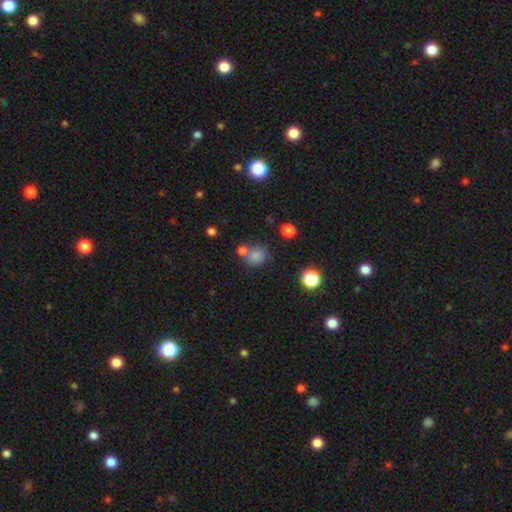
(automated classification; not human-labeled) A smooth galaxy with no disk features (79%) that is round (78%).

Vote fractions:
- Smooth or featured? smooth: 79% / star or artifact: 14% / featured or disk: 7%
- How rounded? round: 78% / in between: 21% / cigar-shaped: 1%
- Merging? none: 60% / merger: 24% / minor disturbance: 12% / major disturbance: 5%